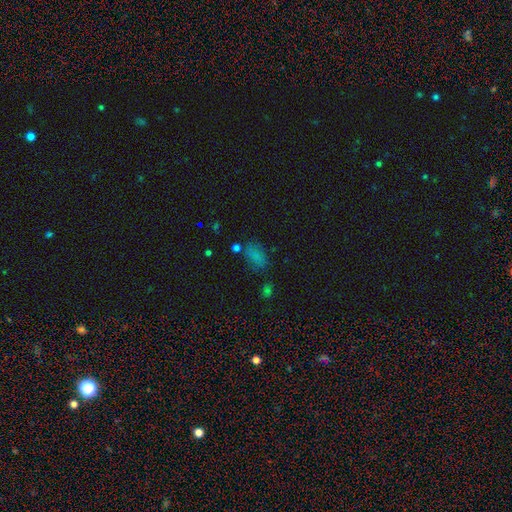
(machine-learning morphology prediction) Smooth or featured? smooth (72%)
How rounded? in between (88%)
Merging? none (64%)